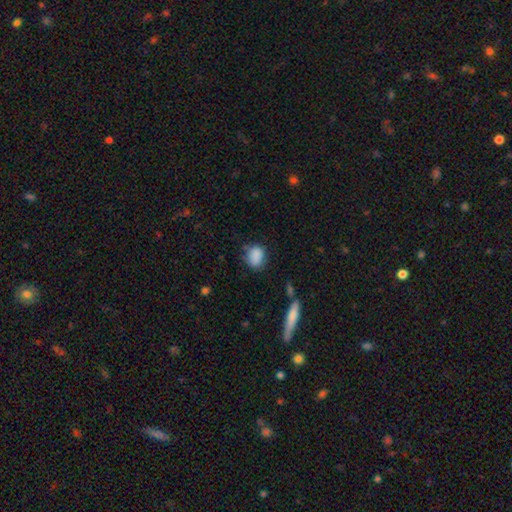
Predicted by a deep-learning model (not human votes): smooth 86%, star or artifact 9%, featured or disk 5%. Down the decision tree: how rounded — in between (59%); merging — none (67%).